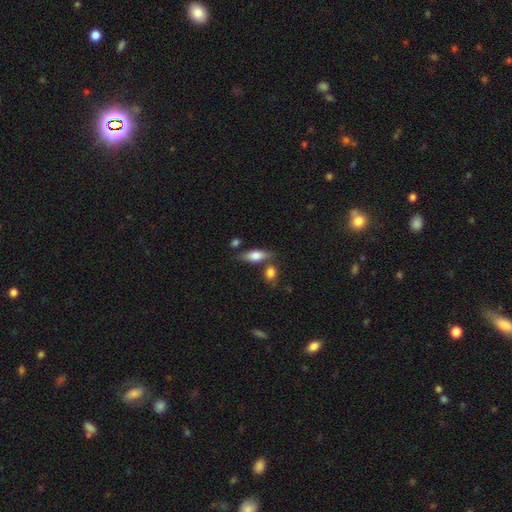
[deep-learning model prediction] A smooth galaxy with no disk features (65%) that is in between round and cigar-shaped (69%). Merging: none (68%).